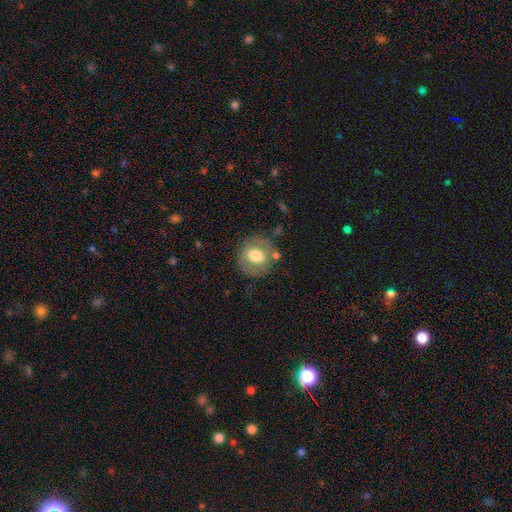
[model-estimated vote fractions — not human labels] smooth-or-featured: smooth: 62% | featured or disk: 31% | star or artifact: 8%
  how-rounded: round: 82% | in between: 17% | cigar-shaped: 1%
  merging: none: 75% | minor disturbance: 14% | major disturbance: 6% | merger: 5%